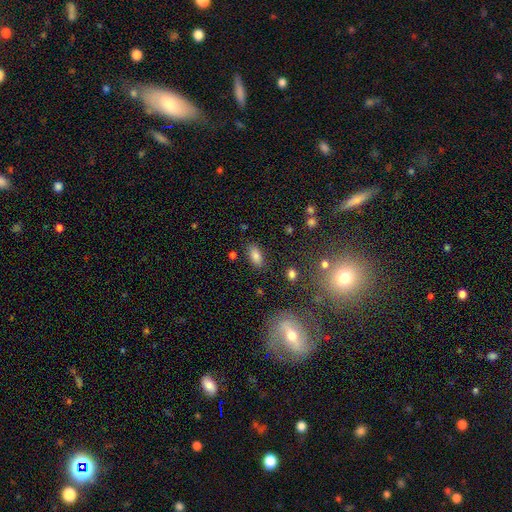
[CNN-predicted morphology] smooth_or_featured: smooth (p=0.82) [alt: star or artifact p=0.10]
how_rounded: in between (p=0.90) [alt: cigar-shaped p=0.06]
merging: none (p=0.83) [alt: minor disturbance p=0.11]